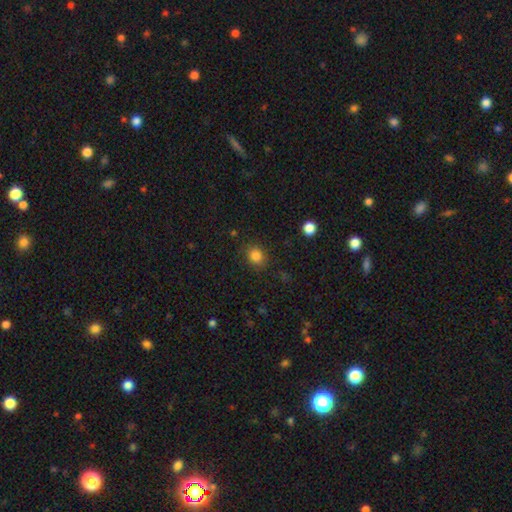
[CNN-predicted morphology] smooth_or_featured: smooth (p=0.84) [alt: star or artifact p=0.12]
how_rounded: round (p=0.70) [alt: in between p=0.29]
merging: none (p=0.85) [alt: minor disturbance p=0.10]